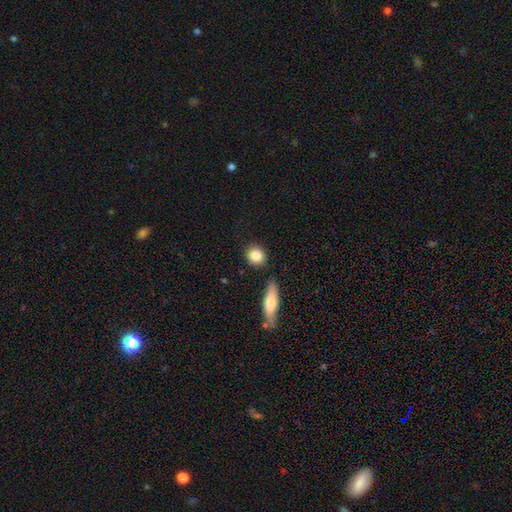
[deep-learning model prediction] The model was most divided on "how rounded": round: 78%, in between: 19%, cigar-shaped: 3%. More confident: smooth or featured — smooth (83%); merging — none (82%).